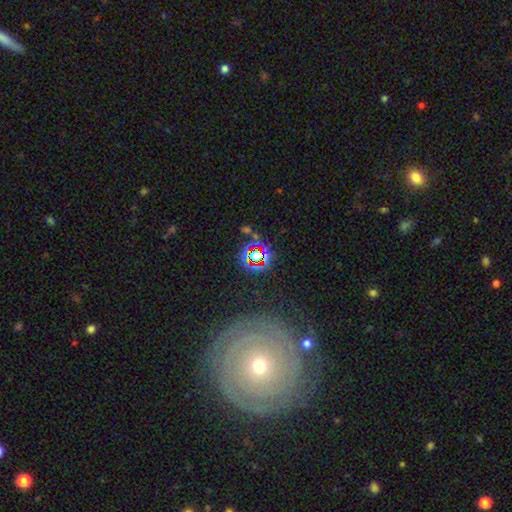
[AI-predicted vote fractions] Q: Smooth or featured?
A: star or artifact (72%); runner-up: smooth (18%)